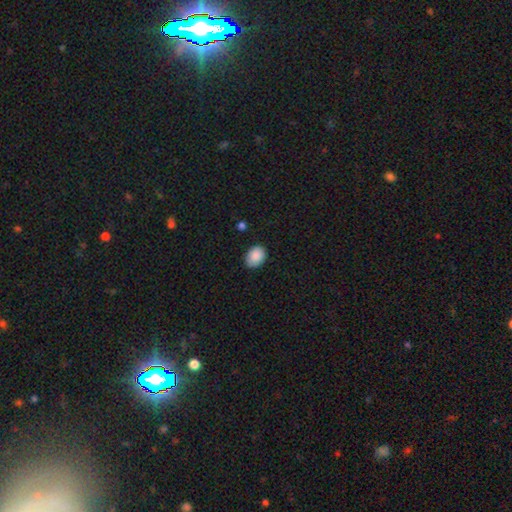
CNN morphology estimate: This appears to be a smooth galaxy with no disk features (88%) that is in between round and cigar-shaped (69%). Merging: none (83%).